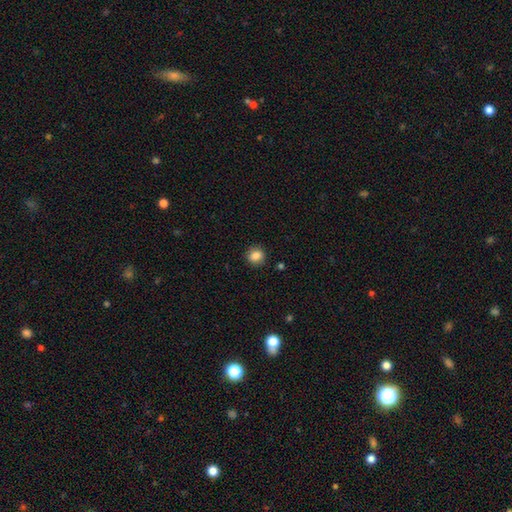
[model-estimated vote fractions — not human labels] The model was most divided on "how rounded": round: 82%, in between: 18%, cigar-shaped: 1%. More confident: merging — none (89%); smooth or featured — smooth (85%).